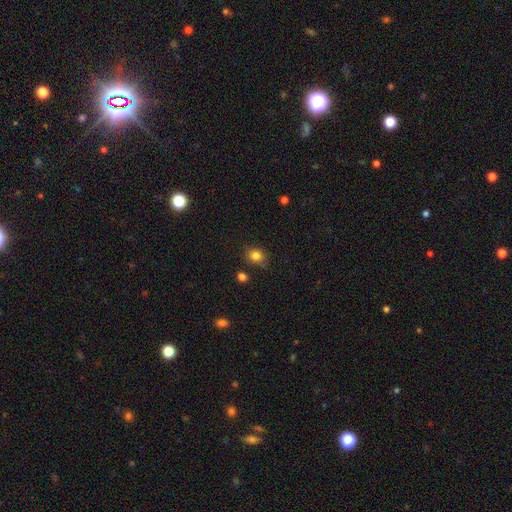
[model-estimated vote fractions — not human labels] Smooth or featured? smooth (82%)
How rounded? round (66%)
Merging? none (78%)